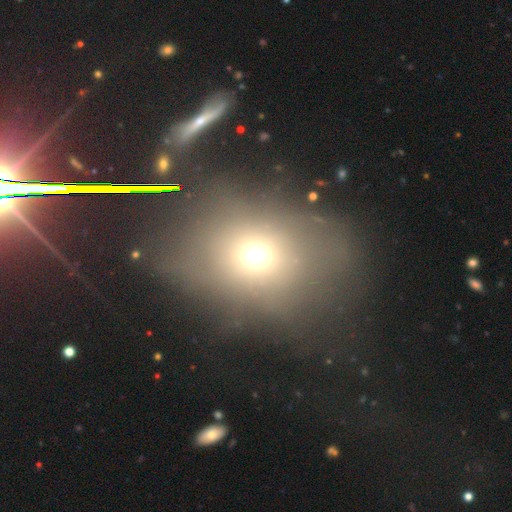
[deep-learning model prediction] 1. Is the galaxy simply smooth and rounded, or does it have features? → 61% smooth, 23% star or artifact, 16% featured or disk.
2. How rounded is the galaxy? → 54% round, 44% in between, 2% cigar-shaped.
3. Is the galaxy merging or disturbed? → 63% none, 16% minor disturbance, 15% major disturbance, 6% merger.